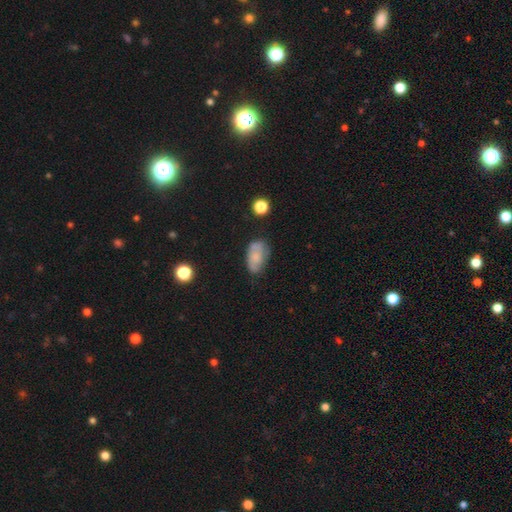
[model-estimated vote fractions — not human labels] smooth-or-featured: smooth: 61% | featured or disk: 30% | star or artifact: 9%
  how-rounded: in between: 90% | round: 7% | cigar-shaped: 2%
  merging: none: 59% | minor disturbance: 28% | major disturbance: 9% | merger: 4%